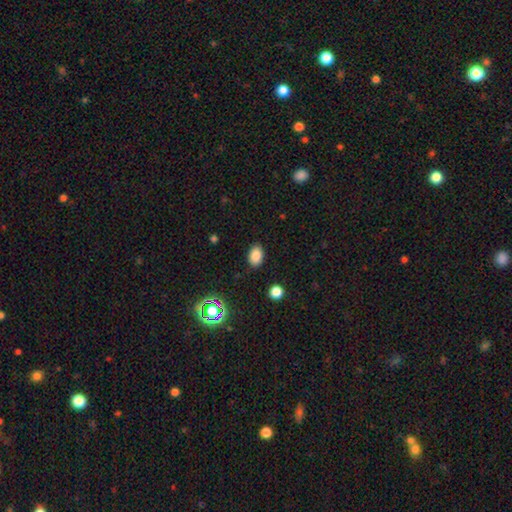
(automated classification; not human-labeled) This is clearly a smooth galaxy (83%). How rounded: clearly in between (84%). Merging: clearly none (87%).